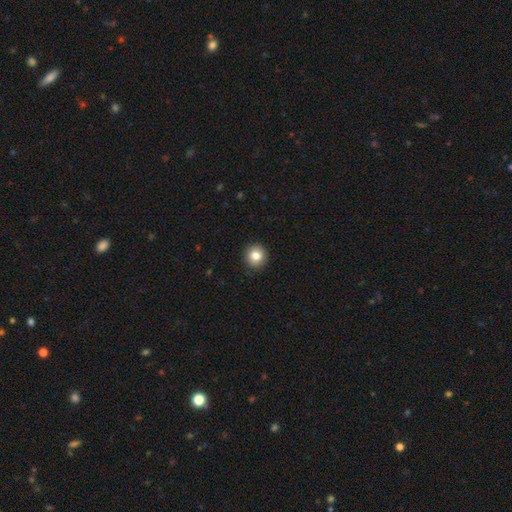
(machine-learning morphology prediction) A smooth galaxy with no disk features (83%) that is round (91%). Merging: none (92%).